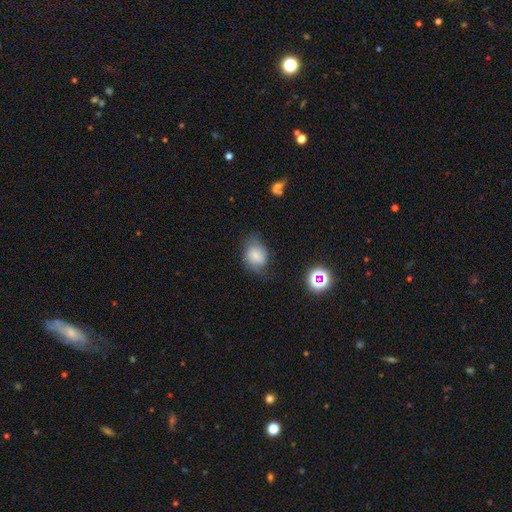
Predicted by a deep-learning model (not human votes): The model was most divided on "how rounded": in between: 62%, round: 37%, cigar-shaped: 1%. More confident: smooth or featured — smooth (71%); merging — none (56%).